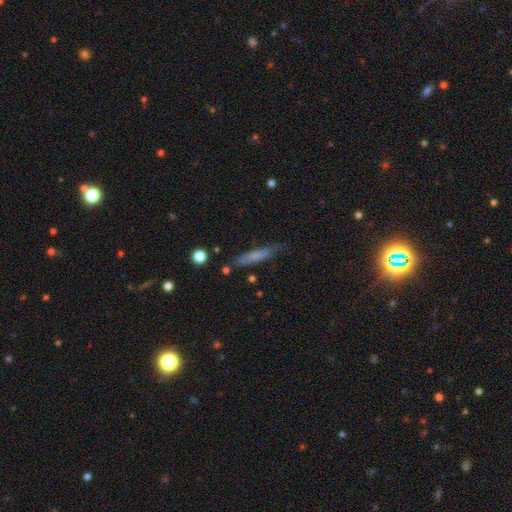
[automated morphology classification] A smooth galaxy with no disk features (61%) that is cigar-shaped (89%).

Vote fractions:
- Smooth or featured? smooth: 61% / featured or disk: 31% / star or artifact: 7%
- How rounded? cigar-shaped: 89% / in between: 9% / round: 2%
- Merging? none: 74% / minor disturbance: 19% / major disturbance: 4% / merger: 3%